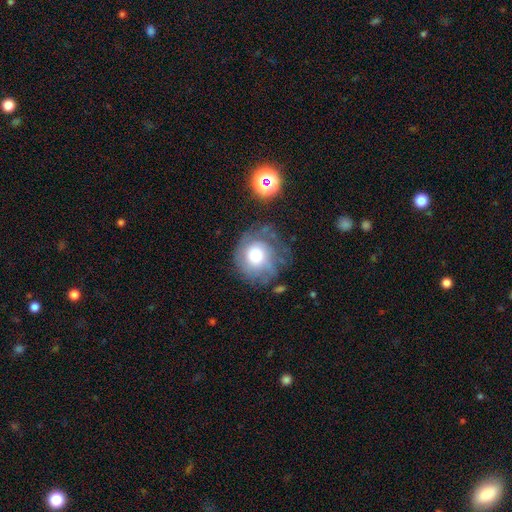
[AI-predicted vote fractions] smooth_or_featured: smooth (p=0.48) [alt: featured or disk p=0.42]
merging: none (p=0.56) [alt: minor disturbance p=0.23]